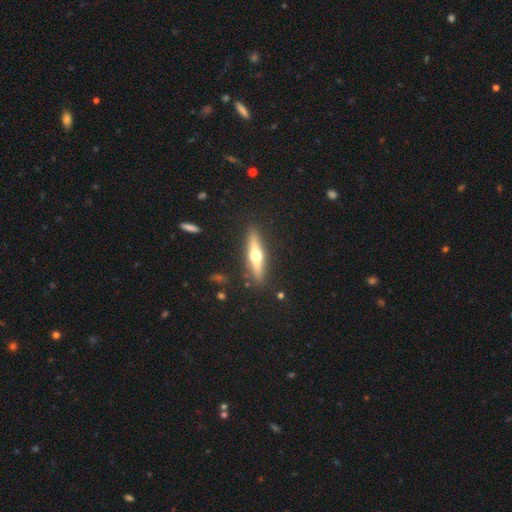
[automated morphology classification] This appears to be a featured or disk galaxy (60%) viewed edge-on (94%) with a rounded central bulge (94%). Merging: none (88%).